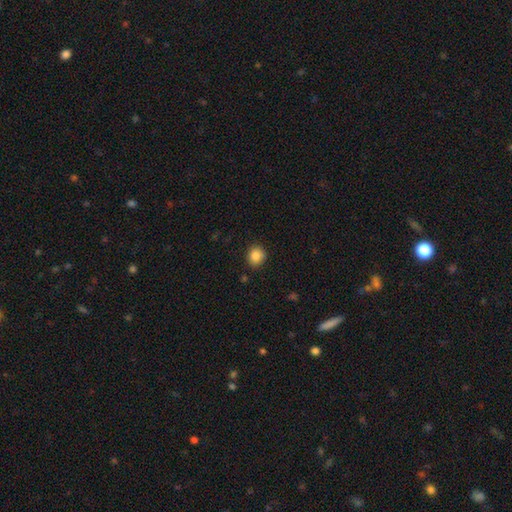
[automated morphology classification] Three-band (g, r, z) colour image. It shows a smooth galaxy with no disk features (86%) that is round (82%). Merging: none (87%).